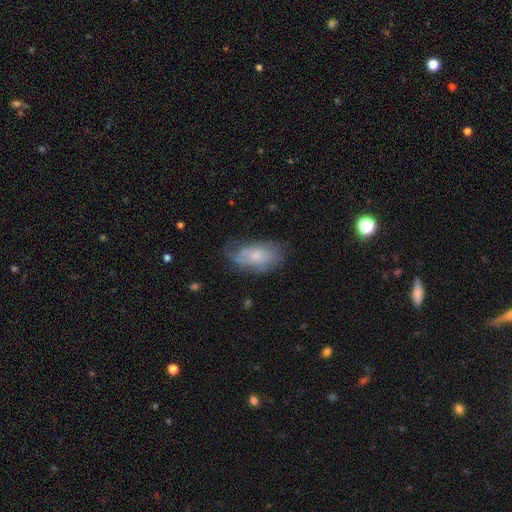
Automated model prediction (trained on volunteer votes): Smooth or featured: smooth — 57% (featured or disk — 35%)
How rounded: in between — 92% (round — 5%)
Merging: none — 54% (minor disturbance — 31%)